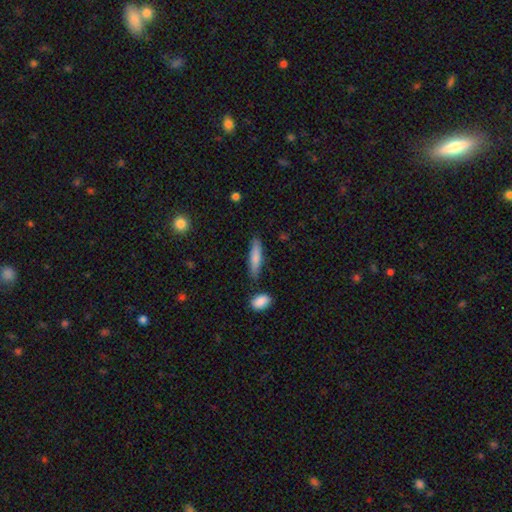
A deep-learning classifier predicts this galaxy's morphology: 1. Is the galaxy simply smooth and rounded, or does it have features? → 77% smooth, 16% featured or disk, 6% star or artifact.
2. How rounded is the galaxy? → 75% cigar-shaped, 23% in between, 2% round.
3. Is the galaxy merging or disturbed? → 81% none, 12% minor disturbance, 4% merger, 3% major disturbance.